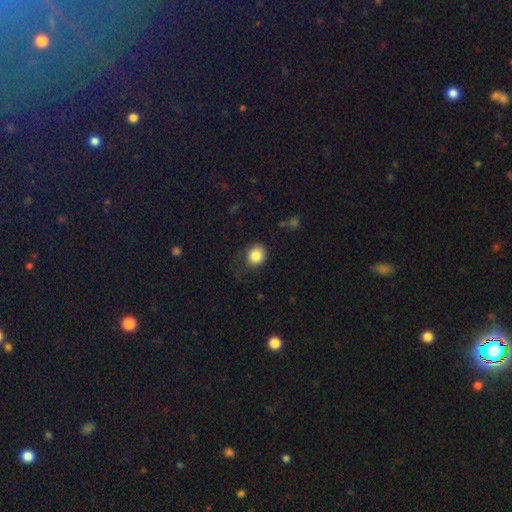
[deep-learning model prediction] smooth 85%, star or artifact 10%, featured or disk 6%. Down the decision tree: how rounded — round (74%); merging — none (65%).